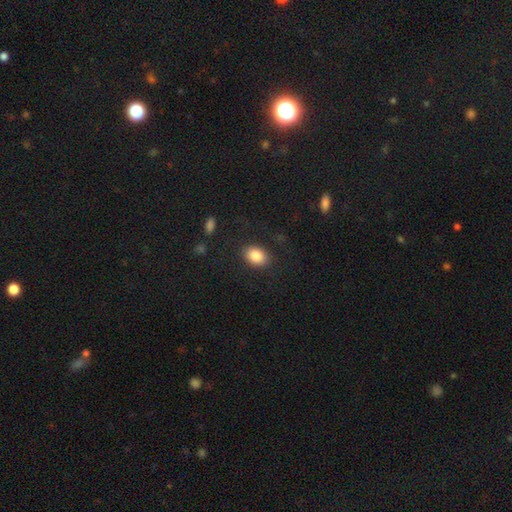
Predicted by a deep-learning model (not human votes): smooth 86%, star or artifact 8%, featured or disk 6%. Down the decision tree: how rounded — in between (77%); merging — none (85%).